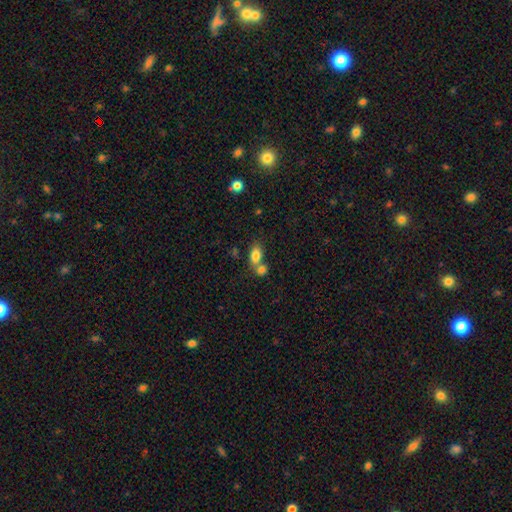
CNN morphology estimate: Overall: smooth (82%). How rounded: in between (81%). Merging: merger (46%; none 40%).